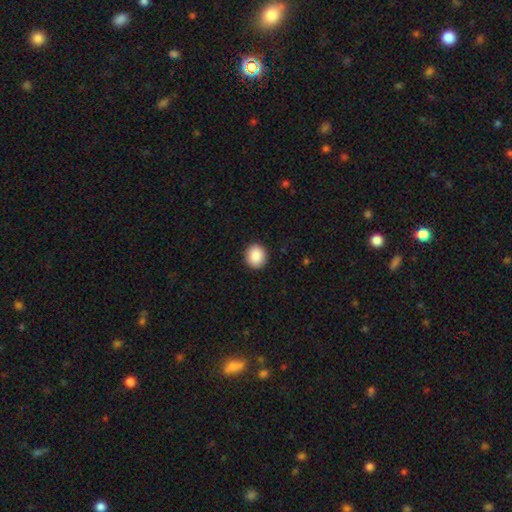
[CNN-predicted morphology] Q: Smooth or featured?
A: smooth (90%); runner-up: star or artifact (7%)
Q: How rounded?
A: round (82%); runner-up: in between (17%)
Q: Merging?
A: none (92%); runner-up: minor disturbance (5%)